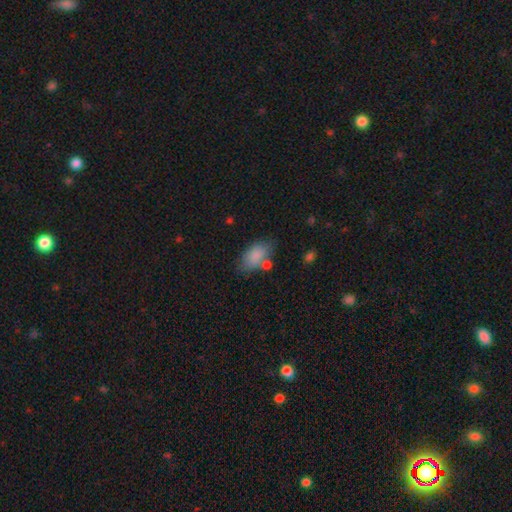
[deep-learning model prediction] Q: Smooth or featured?
A: smooth (83%); runner-up: featured or disk (9%)
Q: How rounded?
A: in between (90%); runner-up: round (7%)
Q: Merging?
A: none (53%); runner-up: minor disturbance (22%)